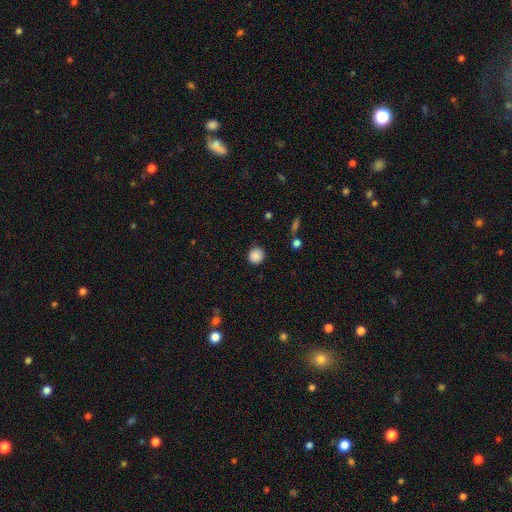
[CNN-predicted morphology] Smooth or featured? Predicted: smooth (p=0.87). How rounded? Predicted: round (p=0.91). Merging? Predicted: none (p=0.89).